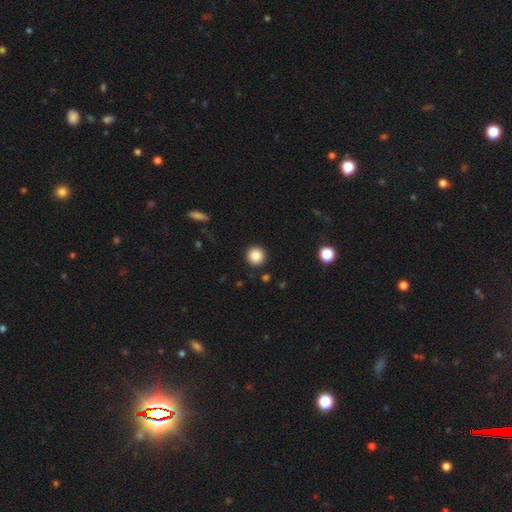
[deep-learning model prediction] smooth_or_featured: smooth (p=0.86) [alt: star or artifact p=0.10]
how_rounded: round (p=0.94) [alt: in between p=0.05]
merging: none (p=0.92) [alt: minor disturbance p=0.05]